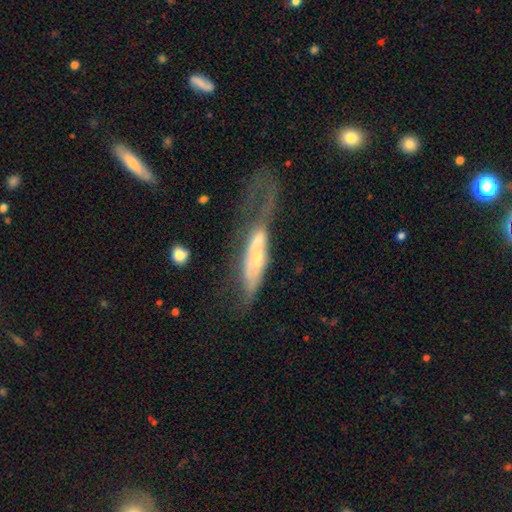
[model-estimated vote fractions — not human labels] Smooth or featured: featured or disk — 59% (smooth — 33%)
Edge-on disk: no — 64% (yes — 36%)
Merging: major disturbance — 53% (none — 17%)